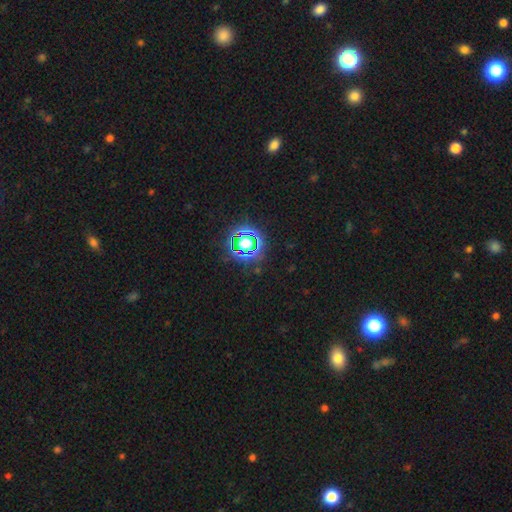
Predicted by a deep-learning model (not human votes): Morphology: type=star or artifact (77%).